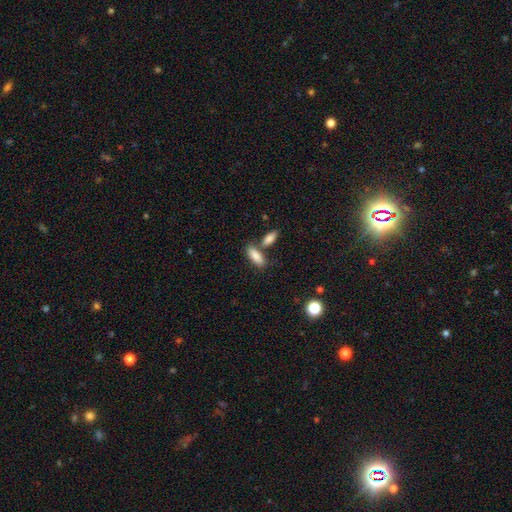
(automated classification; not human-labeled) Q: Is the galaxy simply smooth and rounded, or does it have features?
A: smooth — 85%.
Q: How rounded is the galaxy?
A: in between — 77%.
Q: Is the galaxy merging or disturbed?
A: none — 58%.